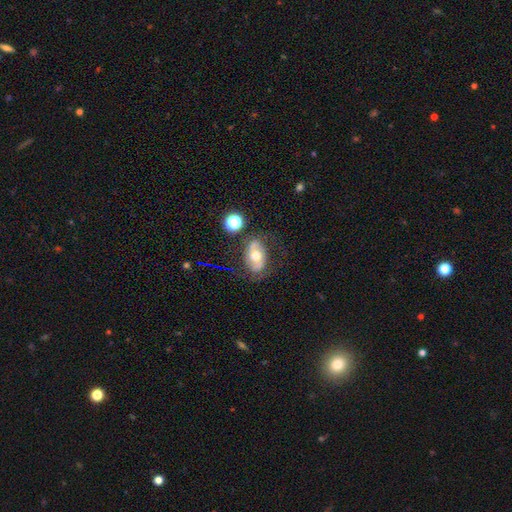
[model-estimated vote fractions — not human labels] A featured or disk galaxy (52%). Merging: none (65%).